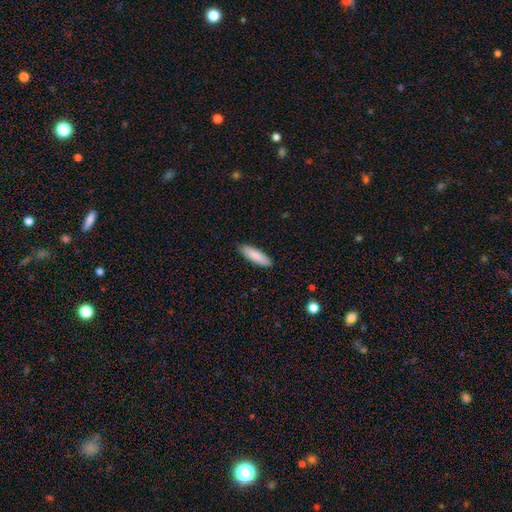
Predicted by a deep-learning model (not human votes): The model was most divided on "how rounded": cigar-shaped: 59%, in between: 40%, round: 1%. More confident: merging — none (89%); smooth or featured — smooth (87%).